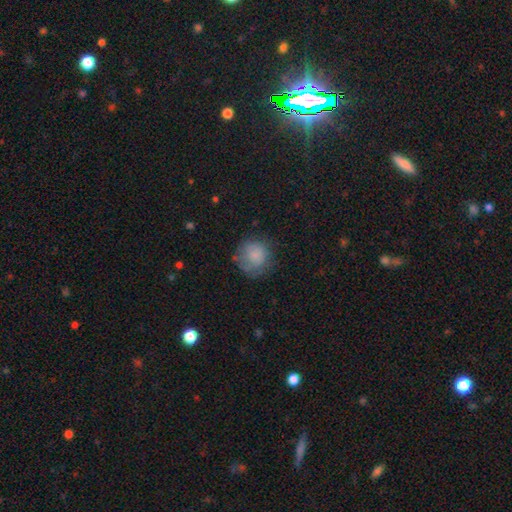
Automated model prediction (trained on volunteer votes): Smooth or featured? Predicted: smooth (p=0.77). How rounded? Predicted: round (p=0.89). Merging? Predicted: none (p=0.67).